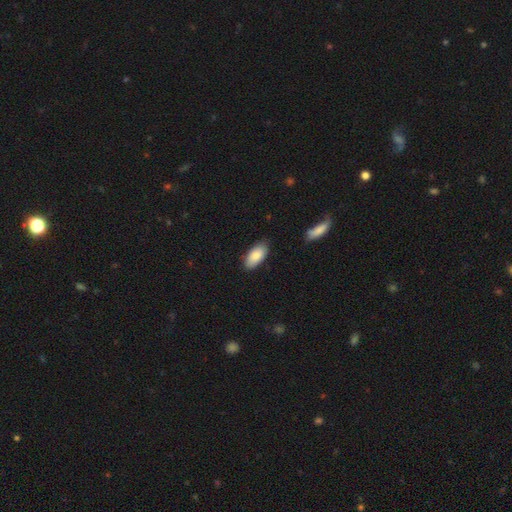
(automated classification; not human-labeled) Smooth or featured? Predicted: smooth (p=0.86). How rounded? Predicted: in between (p=0.91). Merging? Predicted: none (p=0.83).